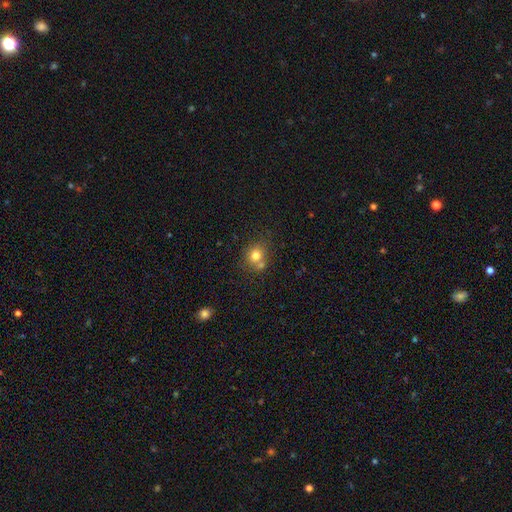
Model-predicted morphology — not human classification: A smooth galaxy with no disk features (76%) that is round (78%).

Vote fractions:
- Smooth or featured? smooth: 76% / star or artifact: 13% / featured or disk: 12%
- How rounded? round: 78% / in between: 21% / cigar-shaped: 1%
- Merging? none: 57% / merger: 28% / minor disturbance: 12% / major disturbance: 4%